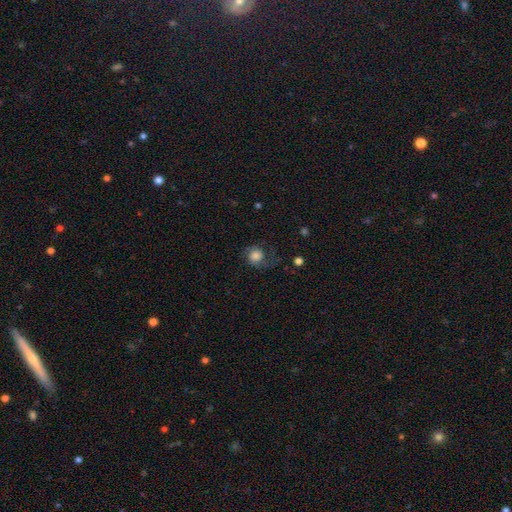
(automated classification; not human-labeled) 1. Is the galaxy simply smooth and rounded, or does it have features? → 61% smooth, 29% featured or disk, 10% star or artifact.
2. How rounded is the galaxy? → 82% round, 17% in between, 1% cigar-shaped.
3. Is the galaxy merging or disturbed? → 52% none, 25% major disturbance, 22% minor disturbance, 2% merger.